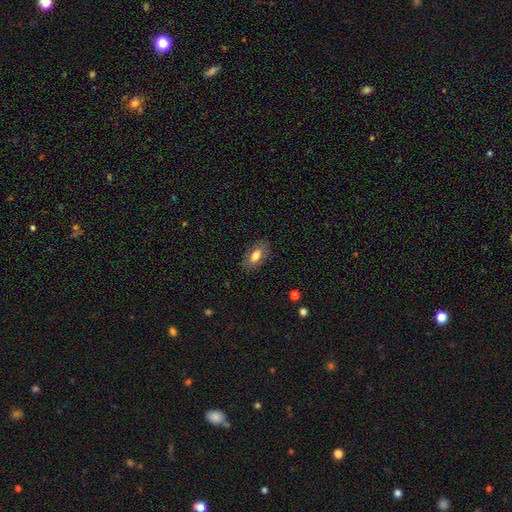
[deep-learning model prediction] Smooth or featured?
  - smooth: 74% *
  - featured or disk: 19%
  - star or artifact: 7%
How rounded?
  - in between: 91% *
  - cigar-shaped: 5%
  - round: 4%
Merging?
  - none: 85% *
  - minor disturbance: 11%
  - major disturbance: 3%
  - merger: 1%